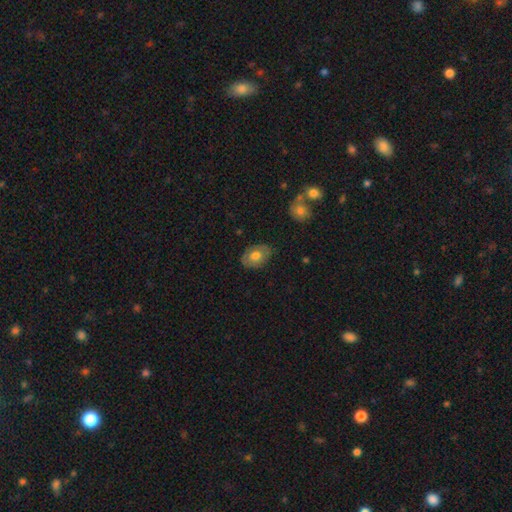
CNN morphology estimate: Smooth or featured?
  - smooth: 65% *
  - featured or disk: 28%
  - star or artifact: 7%
How rounded?
  - in between: 80% *
  - round: 19%
  - cigar-shaped: 1%
Merging?
  - none: 82% *
  - minor disturbance: 14%
  - major disturbance: 3%
  - merger: 1%